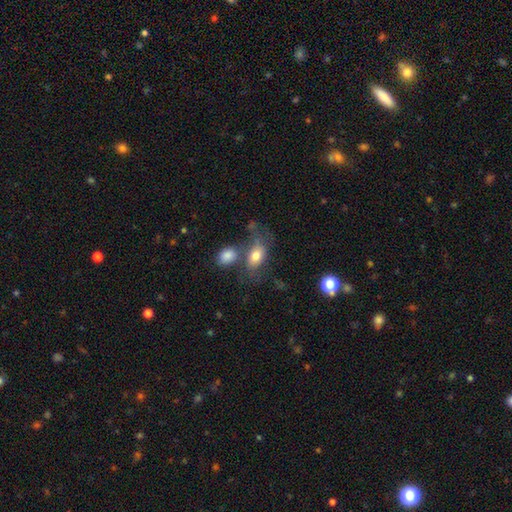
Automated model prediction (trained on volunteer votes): A smooth galaxy with no disk features (72%) that is in between round and cigar-shaped (84%).

Vote fractions:
- Smooth or featured? smooth: 72% / featured or disk: 20% / star or artifact: 9%
- How rounded? in between: 84% / round: 13% / cigar-shaped: 3%
- Merging? none: 40% / merger: 26% / minor disturbance: 19% / major disturbance: 15%